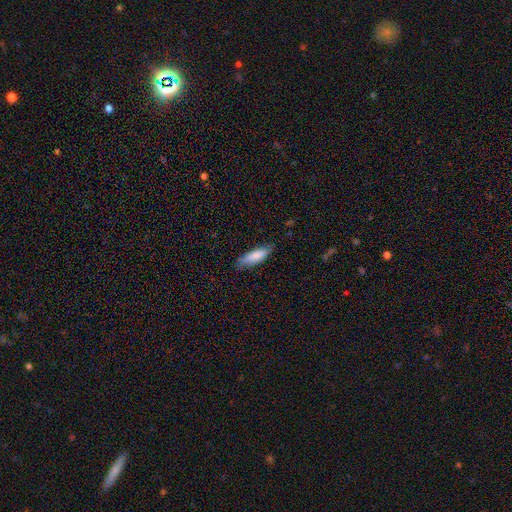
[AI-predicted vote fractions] Q: Smooth or featured?
A: smooth (82%); runner-up: featured or disk (13%)
Q: How rounded?
A: cigar-shaped (49%); tied with: in between (49%)
Q: Merging?
A: none (75%); runner-up: minor disturbance (20%)